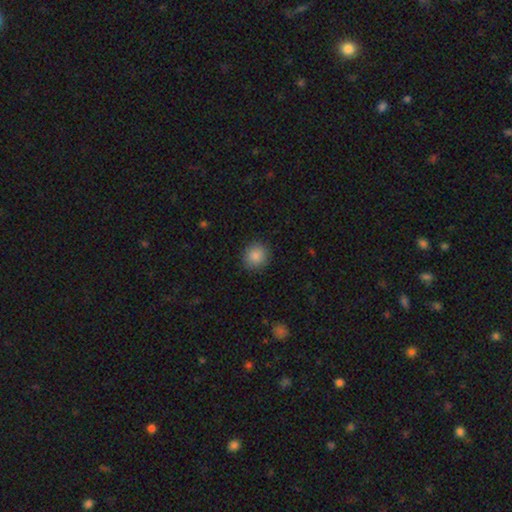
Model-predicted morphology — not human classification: smooth 87%, star or artifact 9%, featured or disk 4%. Down the decision tree: how rounded — round (89%); merging — none (90%).